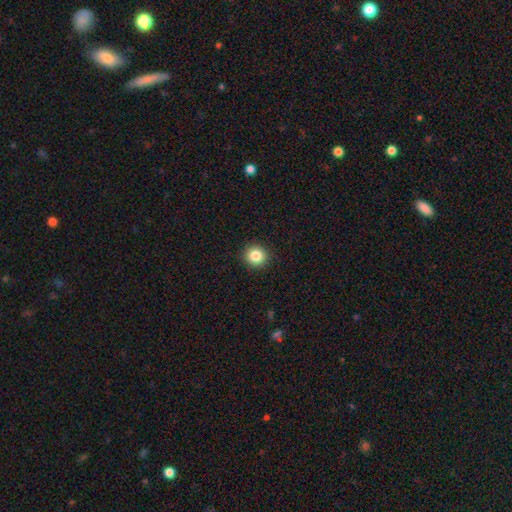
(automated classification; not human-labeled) Morphology: type=smooth (85%); roundness=round (93%); merging=none (92%).